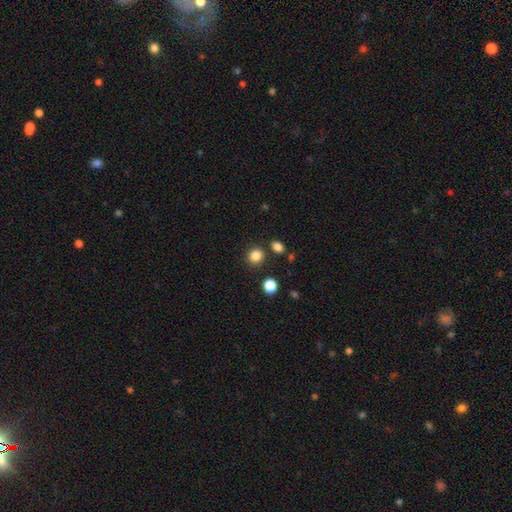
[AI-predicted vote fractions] smooth 84%, star or artifact 12%, featured or disk 4%. Down the decision tree: how rounded — round (83%); merging — none (84%).